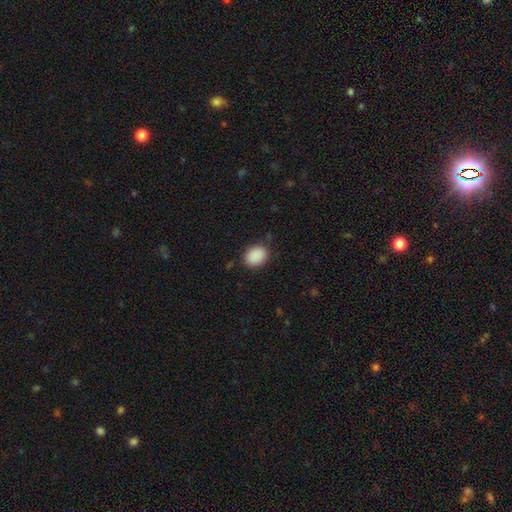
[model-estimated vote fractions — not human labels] Overall: smooth (90%). How rounded: in between (61%; round 39%). Merging: none (84%).